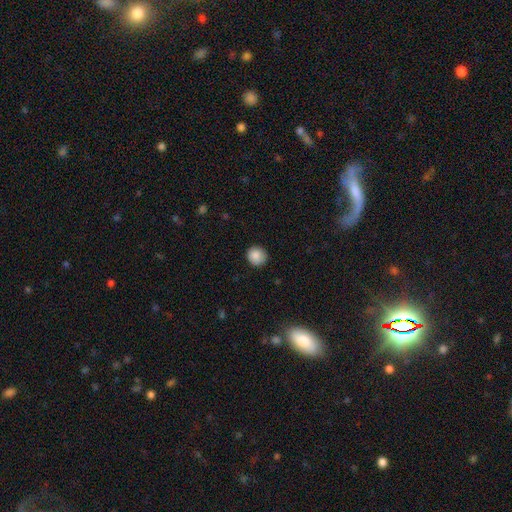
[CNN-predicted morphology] A smooth galaxy with no disk features (87%) that is round (91%).

Vote fractions:
- Smooth or featured? smooth: 87% / star or artifact: 9% / featured or disk: 4%
- How rounded? round: 91% / in between: 8% / cigar-shaped: 1%
- Merging? none: 89% / minor disturbance: 8% / major disturbance: 2% / merger: 1%